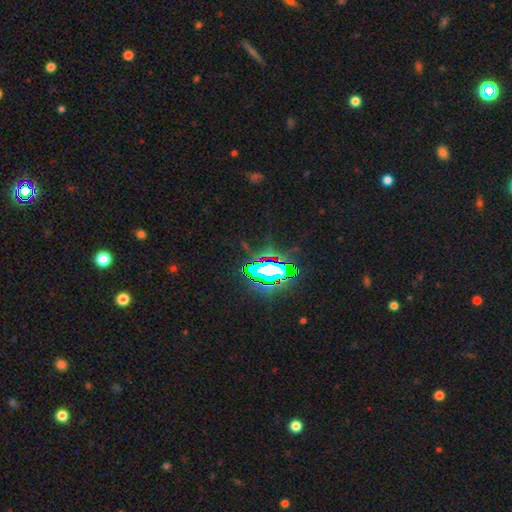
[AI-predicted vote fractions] Smooth or featured: star or artifact — 76% (smooth — 15%)